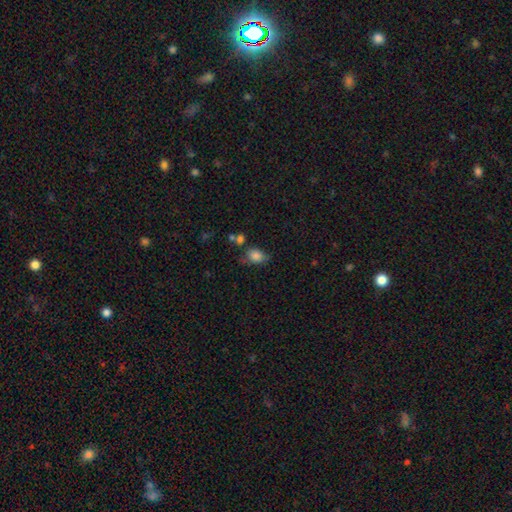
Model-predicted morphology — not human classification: A smooth galaxy with no disk features (84%) that is in between round and cigar-shaped (69%). Merging: none (59%).